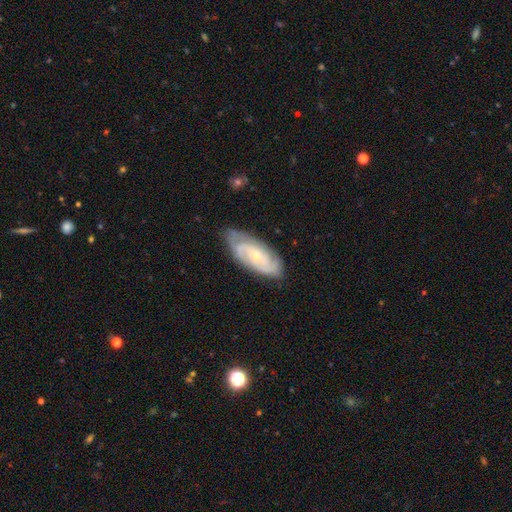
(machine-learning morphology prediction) This is likely a featured or disk galaxy (79%). It is clearly not viewed edge-on (93%). Bar: likely no (62%). Spiral arm pattern: clearly yes (94%). Spiral arm count: possibly 2 (49%). Spiral winding: possibly tight (56%). Central bulge: likely small (69%). Merging: likely none (77%).